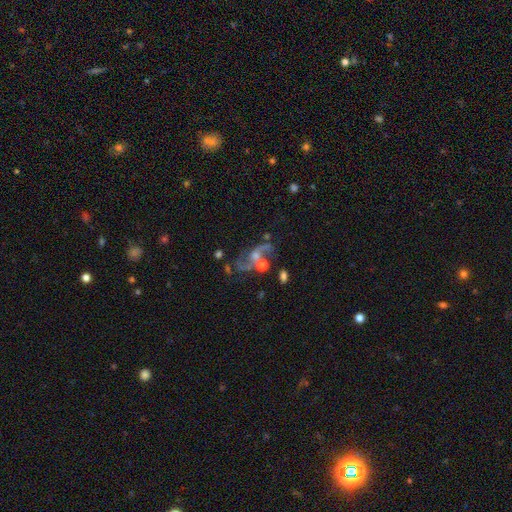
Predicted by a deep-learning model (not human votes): This is likely a featured or disk galaxy (76%). It is clearly not viewed edge-on (95%). Bar: possibly no (58%). Spiral arm pattern: clearly yes (88%). Spiral arm count: clearly 2 (81%). Spiral winding: likely loose (66%). Central bulge: marginally moderate (43%). Merging: possibly none (48%).